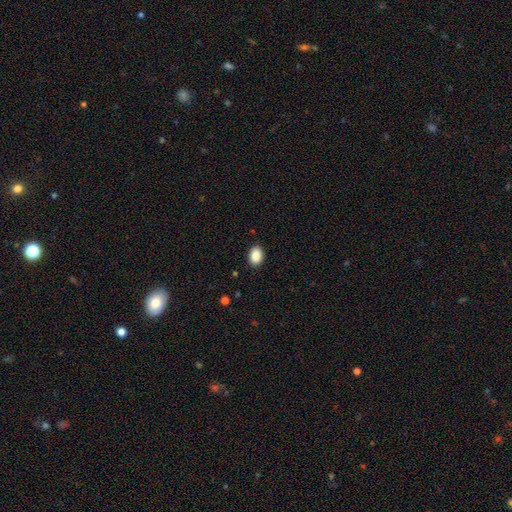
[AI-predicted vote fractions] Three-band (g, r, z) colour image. It shows a smooth galaxy with no disk features (89%) that is in between round and cigar-shaped (75%). Merging: none (89%).